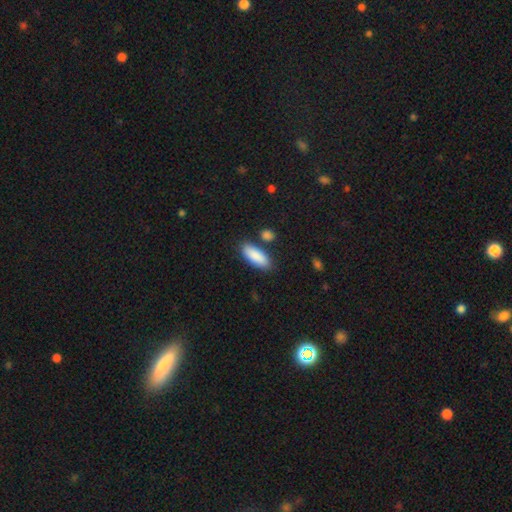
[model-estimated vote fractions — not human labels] Smooth or featured? smooth (88%)
How rounded? in between (76%)
Merging? none (79%)